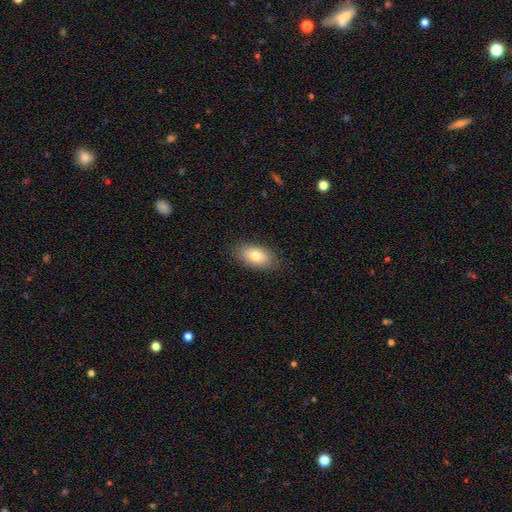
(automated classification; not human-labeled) smooth 80%, featured or disk 13%, star or artifact 7%. Down the decision tree: how rounded — in between (92%); merging — none (86%).